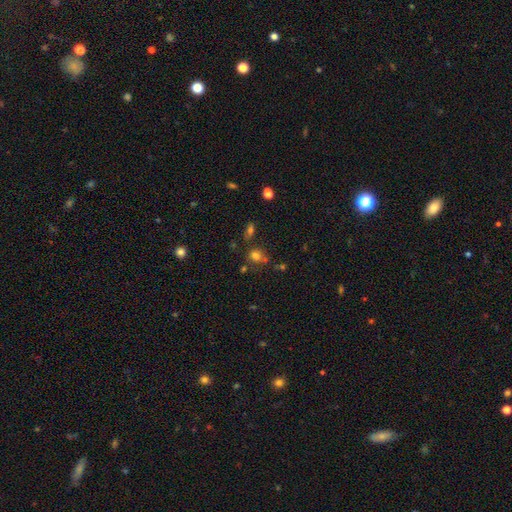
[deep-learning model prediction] A smooth galaxy with no disk features (68%) that is round (68%). Merging: none (59%).